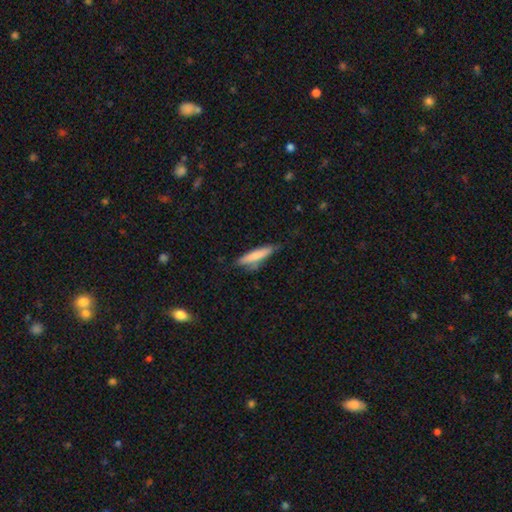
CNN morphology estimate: Smooth or featured? smooth (76%)
How rounded? cigar-shaped (82%)
Merging? none (68%)